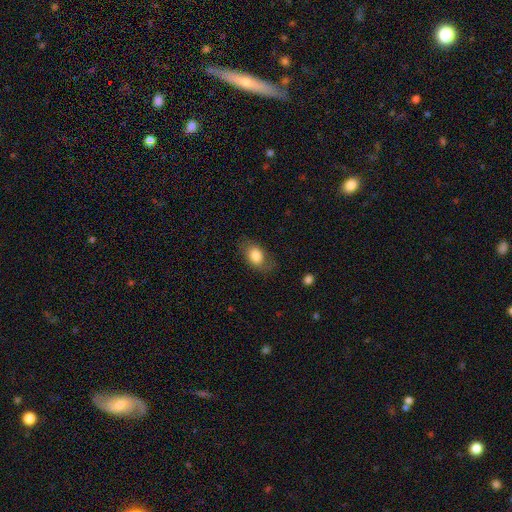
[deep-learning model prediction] A smooth galaxy with no disk features (79%) that is in between round and cigar-shaped (83%). Merging: none (73%).